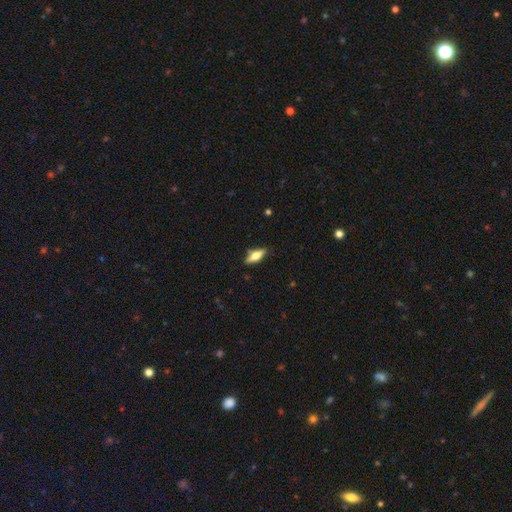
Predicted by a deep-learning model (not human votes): A smooth galaxy with no disk features (65%) that is in between round and cigar-shaped (69%).

Vote fractions:
- Smooth or featured? smooth: 65% / featured or disk: 29% / star or artifact: 6%
- How rounded? in between: 69% / cigar-shaped: 29% / round: 3%
- Merging? none: 82% / minor disturbance: 13% / major disturbance: 3% / merger: 2%